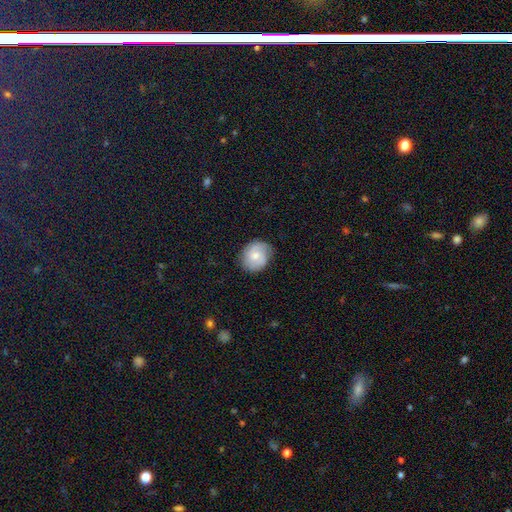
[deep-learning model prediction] featured or disk 49%, smooth 44%, star or artifact 7%. Down the decision tree: merging — none (76%).